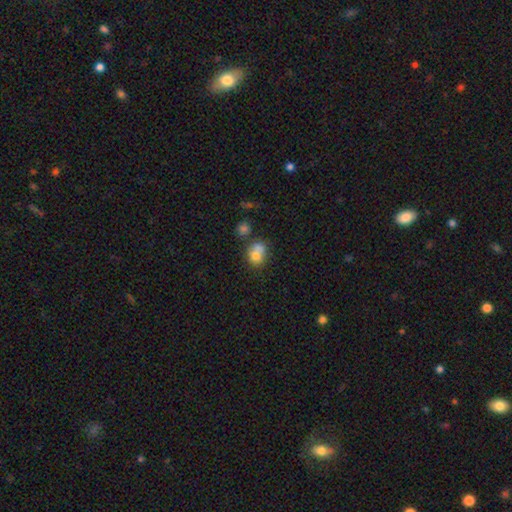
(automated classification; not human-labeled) Morphology: type=smooth (74%); roundness=round (62%); merging=merger (51%).